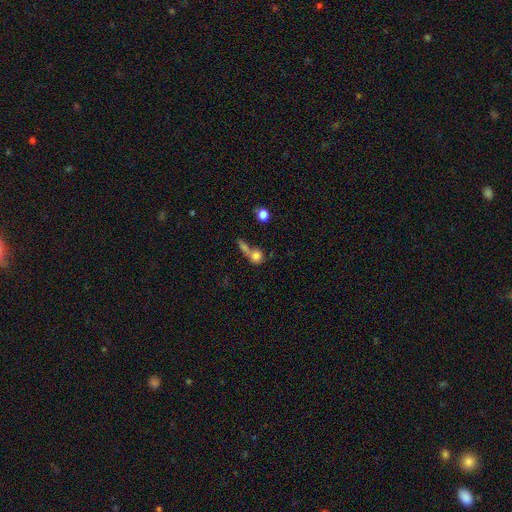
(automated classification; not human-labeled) smooth 77%, featured or disk 12%, star or artifact 10%. Down the decision tree: how rounded — round (76%); merging — merger (49%).